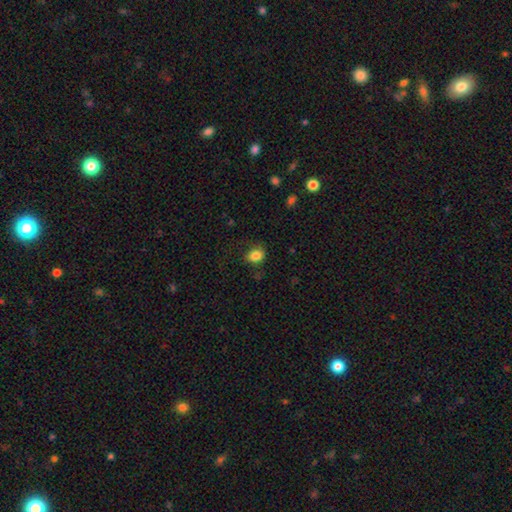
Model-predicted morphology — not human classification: Q: Smooth or featured?
A: smooth (84%); runner-up: star or artifact (10%)
Q: How rounded?
A: in between (61%); runner-up: round (38%)
Q: Merging?
A: none (76%); runner-up: minor disturbance (17%)